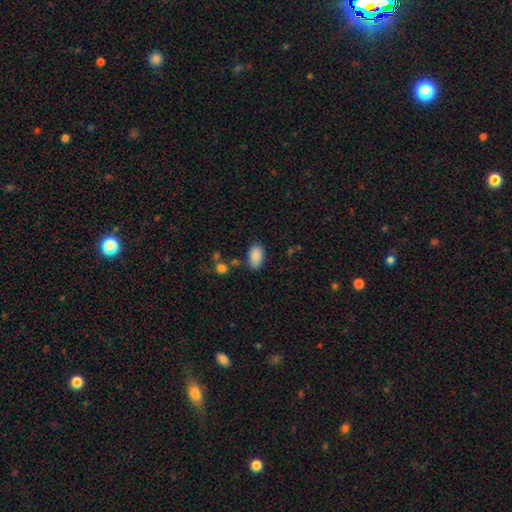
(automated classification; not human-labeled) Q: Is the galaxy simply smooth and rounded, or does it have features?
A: smooth — 88%.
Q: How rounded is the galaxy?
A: in between — 94%.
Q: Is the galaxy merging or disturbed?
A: none — 79%.